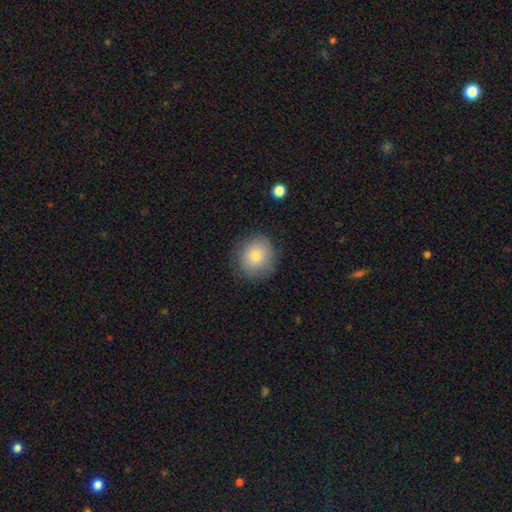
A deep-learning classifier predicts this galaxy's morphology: smooth 79%, featured or disk 13%, star or artifact 9%. Down the decision tree: how rounded — round (85%); merging — none (83%).